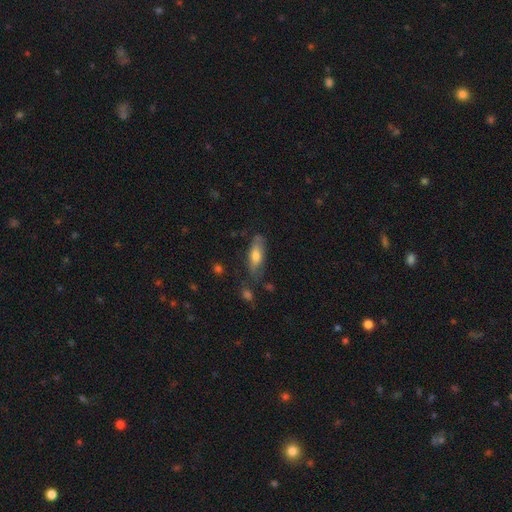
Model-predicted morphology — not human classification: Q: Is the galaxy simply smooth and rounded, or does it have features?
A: smooth — 64%.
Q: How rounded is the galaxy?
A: in between — 65%.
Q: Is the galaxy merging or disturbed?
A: none — 66%.